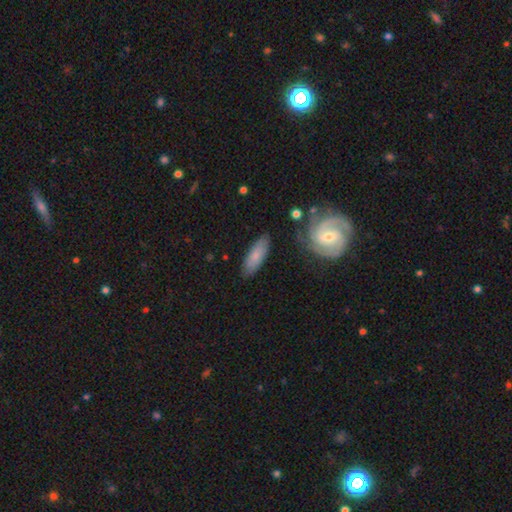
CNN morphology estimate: Q: Smooth or featured?
A: smooth (70%); runner-up: featured or disk (24%)
Q: How rounded?
A: in between (62%); runner-up: cigar-shaped (36%)
Q: Merging?
A: none (78%); runner-up: minor disturbance (15%)